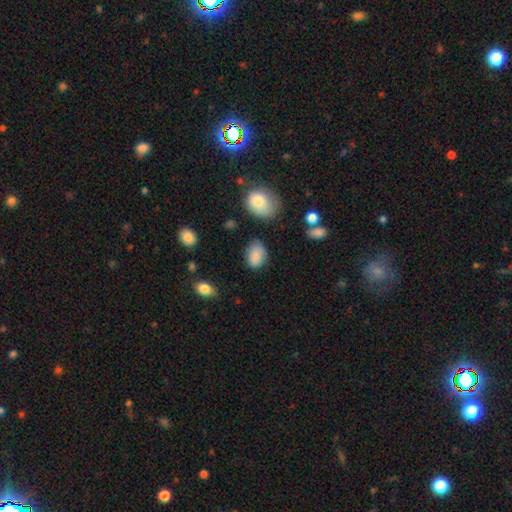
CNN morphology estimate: This is clearly a smooth galaxy (86%). How rounded: clearly in between (82%). Merging: likely none (73%).